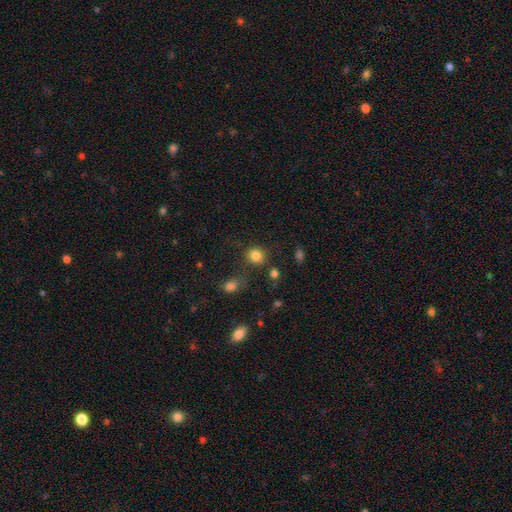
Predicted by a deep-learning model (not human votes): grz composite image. It shows a smooth galaxy with no disk features (83%) that is round (81%). Merging: none (77%).